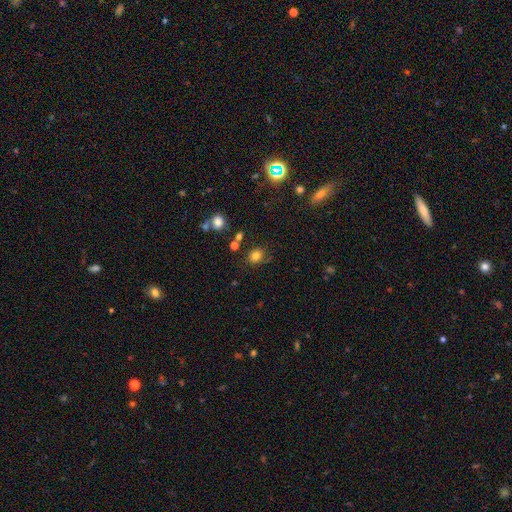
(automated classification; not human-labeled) Smooth or featured?
  - smooth: 79% *
  - star or artifact: 14%
  - featured or disk: 7%
How rounded?
  - round: 68% *
  - in between: 31%
  - cigar-shaped: 1%
Merging?
  - none: 77% *
  - minor disturbance: 14%
  - merger: 5%
  - major disturbance: 4%